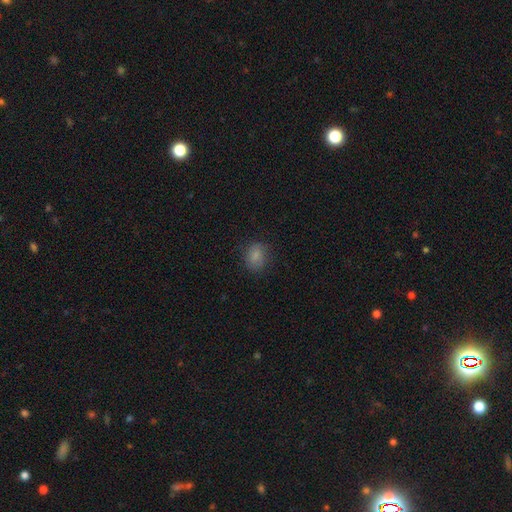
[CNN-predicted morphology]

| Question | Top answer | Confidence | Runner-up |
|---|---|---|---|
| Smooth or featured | smooth | 83% | star or artifact (10%) |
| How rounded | round | 53% | in between (46%) |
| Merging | none | 78% | minor disturbance (16%) |